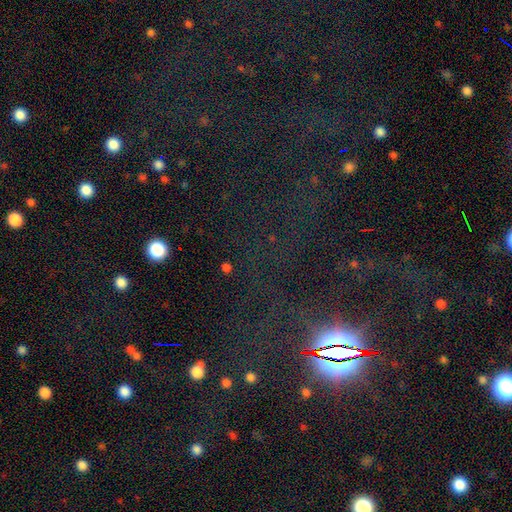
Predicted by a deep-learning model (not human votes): The model was most divided on "smooth or featured": star or artifact: 80%, smooth: 12%, featured or disk: 8%.